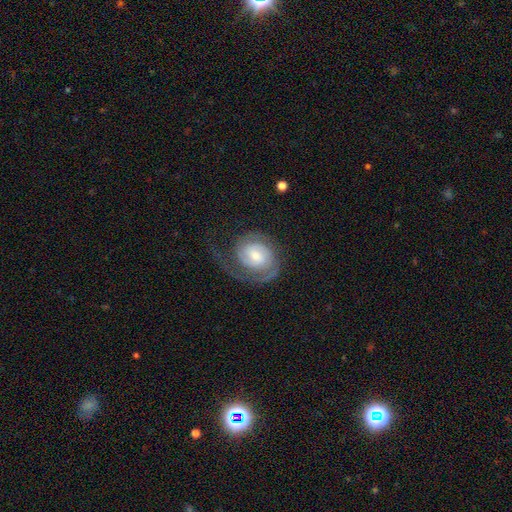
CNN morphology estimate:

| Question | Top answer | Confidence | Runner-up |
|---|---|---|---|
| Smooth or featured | featured or disk | 82% | smooth (13%) |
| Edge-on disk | no | 98% | yes (2%) |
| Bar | no | 47% | weak (44%) |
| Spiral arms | yes | 96% | no (4%) |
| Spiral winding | tight | 51% | medium (35%) |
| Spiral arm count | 2 | 57% | 1 (21%) |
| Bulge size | small | 44% | moderate (43%) |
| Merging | none | 55% | major disturbance (27%) |